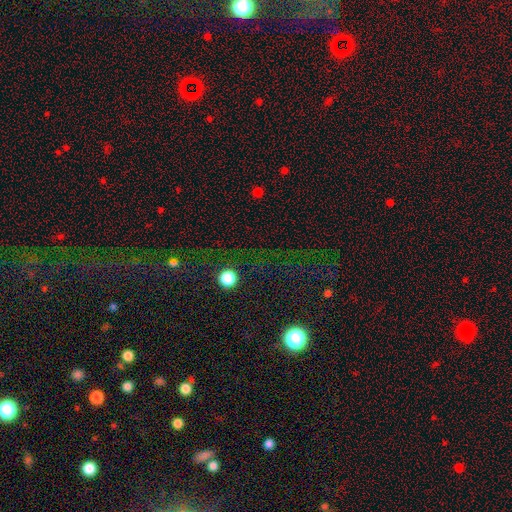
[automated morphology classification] star or artifact 73%, smooth 18%, featured or disk 10%.